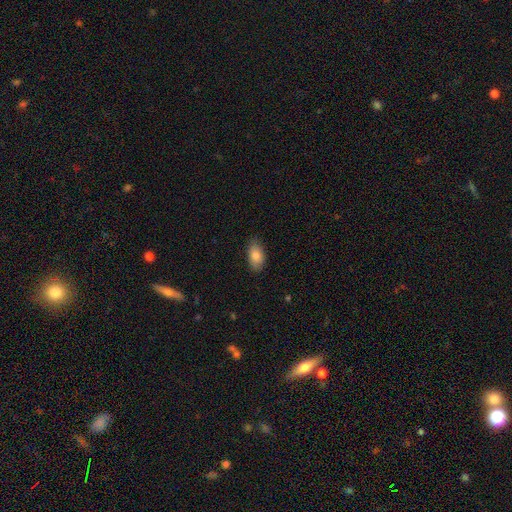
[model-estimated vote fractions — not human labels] Morphology: type=smooth (85%); roundness=in between (92%); merging=none (81%).